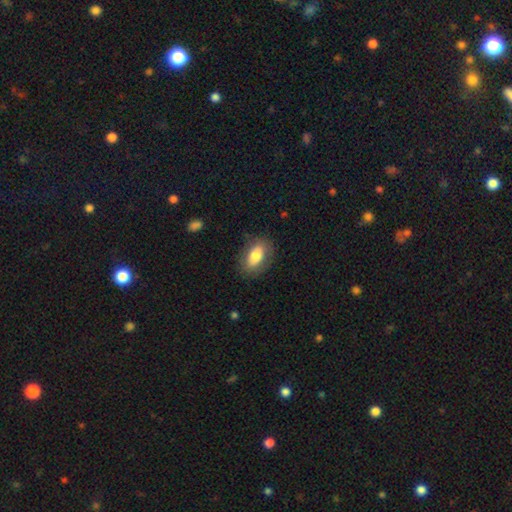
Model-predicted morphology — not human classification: The model was most divided on "smooth or featured": smooth: 76%, featured or disk: 18%, star or artifact: 7%. More confident: how rounded — in between (88%); merging — none (83%).